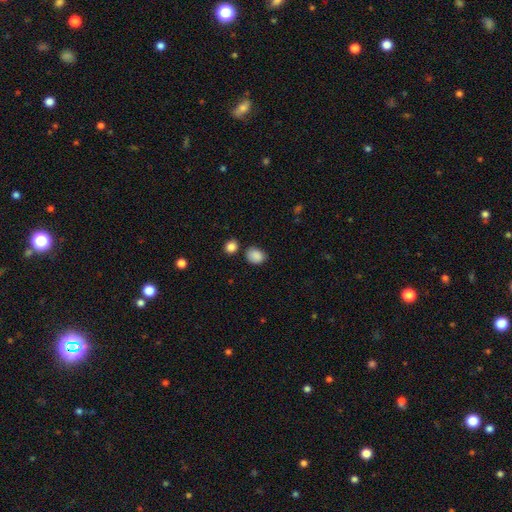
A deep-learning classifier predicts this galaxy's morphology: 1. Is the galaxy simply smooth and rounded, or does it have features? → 88% smooth, 9% star or artifact, 3% featured or disk.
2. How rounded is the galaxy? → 56% in between, 43% round, 1% cigar-shaped.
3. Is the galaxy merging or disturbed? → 73% none, 16% minor disturbance, 7% merger, 4% major disturbance.